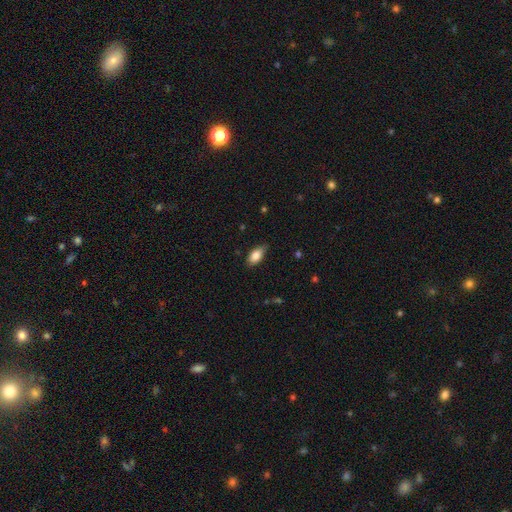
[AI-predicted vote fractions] Morphology: type=smooth (84%); roundness=in between (90%); merging=none (76%).